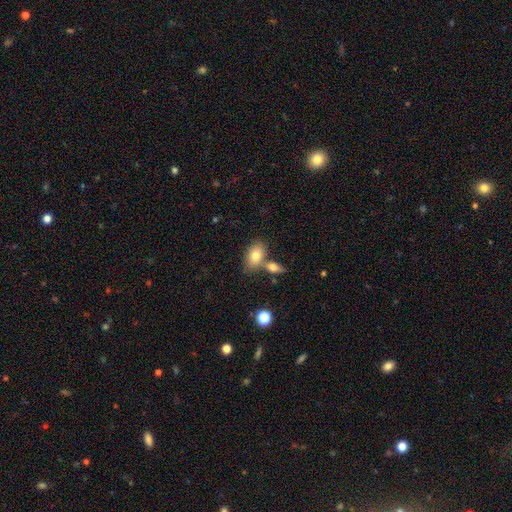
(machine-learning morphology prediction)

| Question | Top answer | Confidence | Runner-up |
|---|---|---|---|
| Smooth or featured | smooth | 79% | featured or disk (14%) |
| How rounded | in between | 88% | round (10%) |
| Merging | none | 54% | merger (31%) |